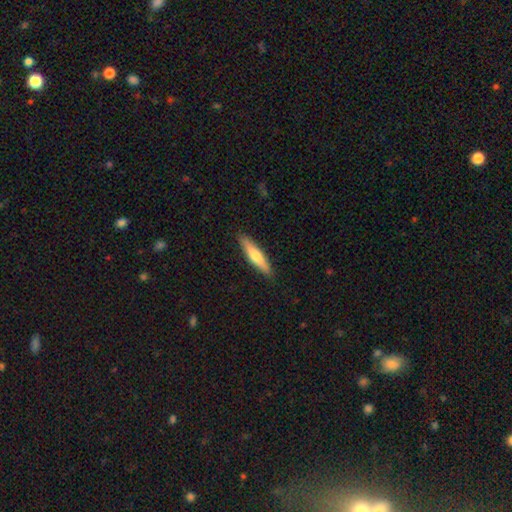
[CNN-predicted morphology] A smooth galaxy with no disk features (64%) that is cigar-shaped (84%).

Vote fractions:
- Smooth or featured? smooth: 64% / featured or disk: 31% / star or artifact: 5%
- How rounded? cigar-shaped: 84% / in between: 15% / round: 1%
- Merging? none: 89% / minor disturbance: 8% / major disturbance: 2% / merger: 1%